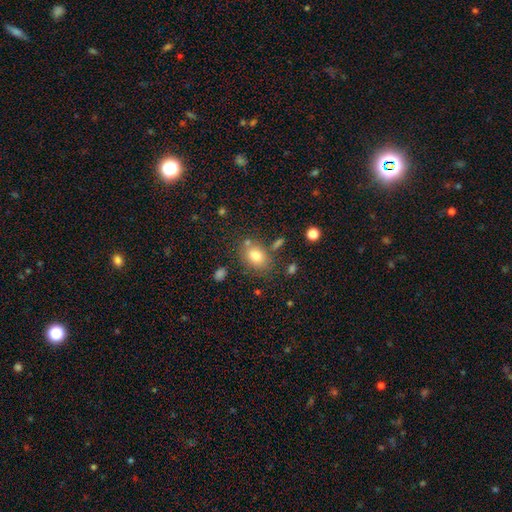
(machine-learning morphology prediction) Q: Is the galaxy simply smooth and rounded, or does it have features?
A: smooth — 77%.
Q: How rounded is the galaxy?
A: in between — 66%.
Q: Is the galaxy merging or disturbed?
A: none — 71%.